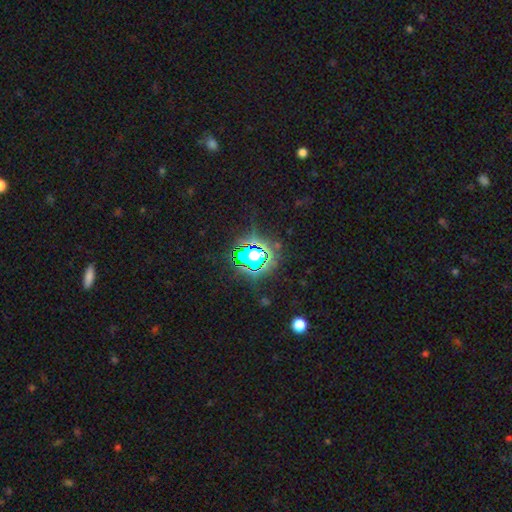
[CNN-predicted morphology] Smooth or featured? star or artifact (68%)